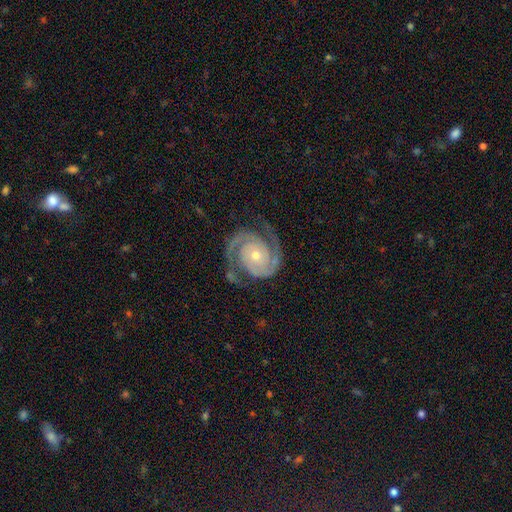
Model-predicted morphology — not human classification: Overall: featured or disk (93%). Edge-on disk: no (98%). Bar: no (75%). Spiral arms: yes (99%). Spiral arm count: 2 (93%). Spiral winding: tight (58%; medium 36%). Bulge size: small (53%; moderate 44%). Merging: none (80%).